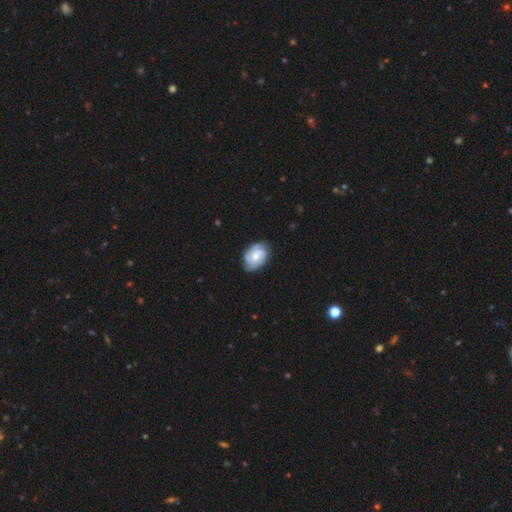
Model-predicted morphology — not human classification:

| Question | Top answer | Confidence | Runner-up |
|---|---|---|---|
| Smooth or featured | featured or disk | 59% | smooth (34%) |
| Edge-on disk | no | 97% | yes (3%) |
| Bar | no | 61% | weak (34%) |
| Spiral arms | yes | 92% | no (8%) |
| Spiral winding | tight | 46% | medium (40%) |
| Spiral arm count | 2 | 36% | 3 (33%) |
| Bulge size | moderate | 49% | small (37%) |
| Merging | none | 78% | minor disturbance (17%) |